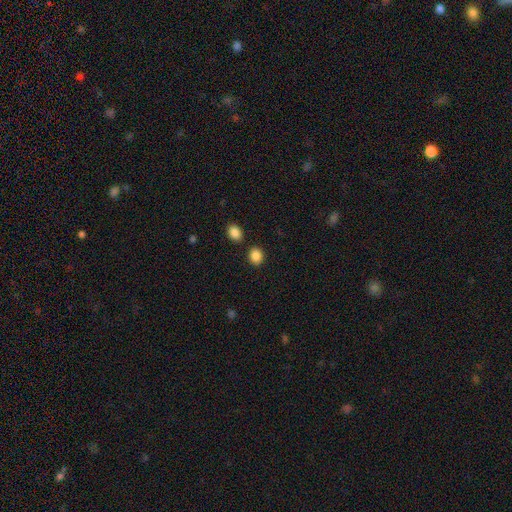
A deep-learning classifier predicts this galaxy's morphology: The model was most divided on "how rounded": round: 65%, in between: 34%, cigar-shaped: 1%. More confident: smooth or featured — smooth (87%); merging — none (84%).